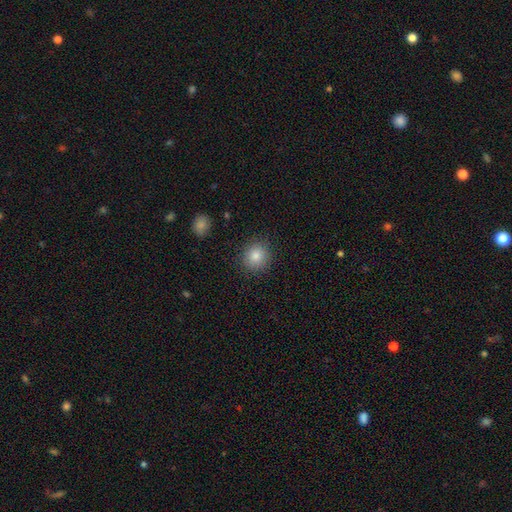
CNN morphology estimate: A smooth galaxy with no disk features (83%) that is round (88%).

Vote fractions:
- Smooth or featured? smooth: 83% / star or artifact: 10% / featured or disk: 6%
- How rounded? round: 88% / in between: 11% / cigar-shaped: 1%
- Merging? none: 90% / minor disturbance: 7% / major disturbance: 2% / merger: 1%